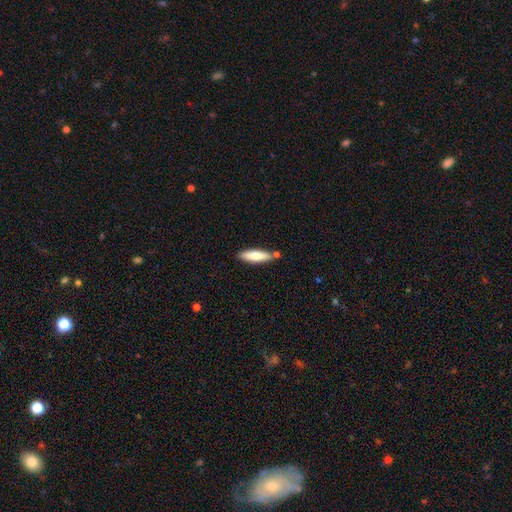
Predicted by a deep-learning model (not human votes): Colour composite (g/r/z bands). It shows a smooth galaxy with no disk features (73%) that is cigar-shaped (66%). Merging: none (76%).